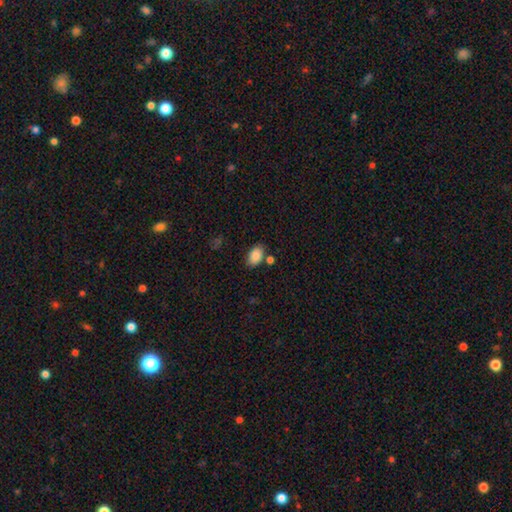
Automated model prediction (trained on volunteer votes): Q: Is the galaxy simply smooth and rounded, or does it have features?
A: smooth — 87%.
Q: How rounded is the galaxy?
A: in between — 90%.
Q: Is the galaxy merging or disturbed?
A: none — 76%.